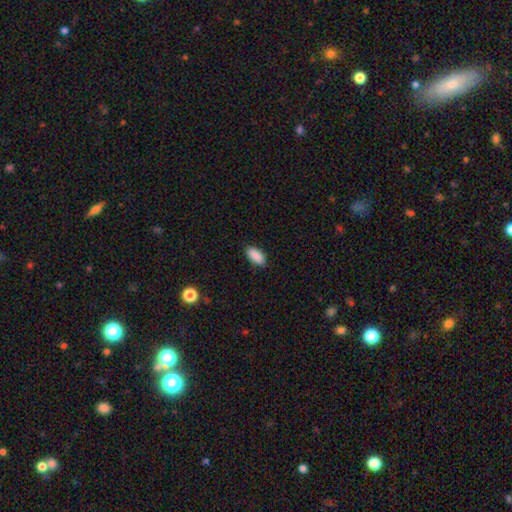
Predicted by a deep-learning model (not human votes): Overall: smooth (90%). How rounded: in between (89%). Merging: none (87%).